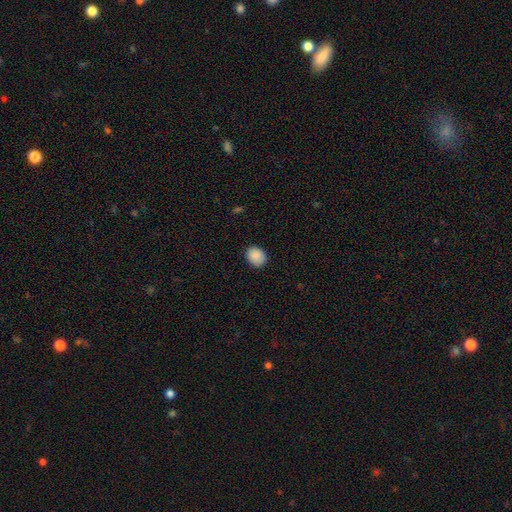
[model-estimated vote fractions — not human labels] A smooth galaxy with no disk features (88%) that is round (55%). Merging: none (88%).